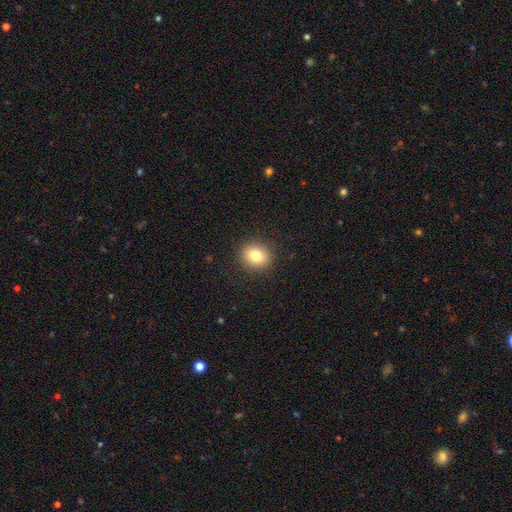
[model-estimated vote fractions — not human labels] A smooth galaxy with no disk features (82%) that is round (72%).

Vote fractions:
- Smooth or featured? smooth: 82% / star or artifact: 10% / featured or disk: 8%
- How rounded? round: 72% / in between: 27% / cigar-shaped: 1%
- Merging? none: 90% / minor disturbance: 7% / major disturbance: 2% / merger: 1%